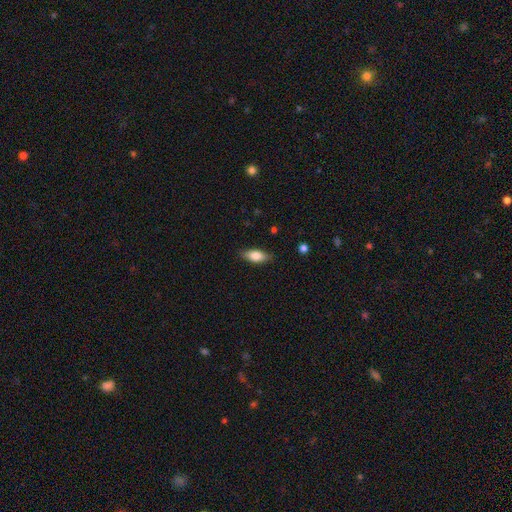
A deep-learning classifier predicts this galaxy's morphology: Overall: smooth (80%). How rounded: in between (80%). Merging: none (84%).